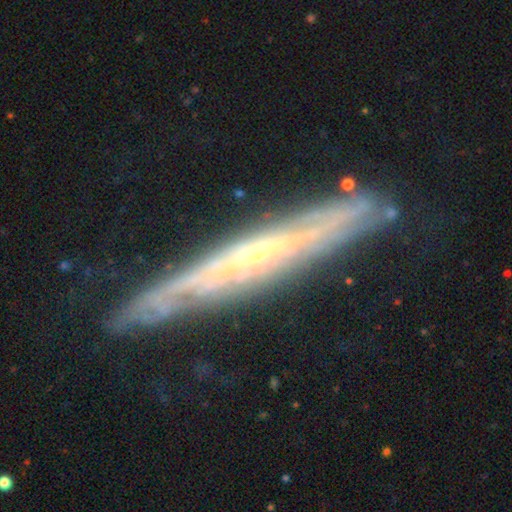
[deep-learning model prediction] Smooth or featured: featured or disk — 81% (smooth — 12%)
Edge-on disk: yes — 78% (no — 22%)
Edge-on bulge: none — 62% (rounded — 32%)
Merging: none — 80% (minor disturbance — 15%)